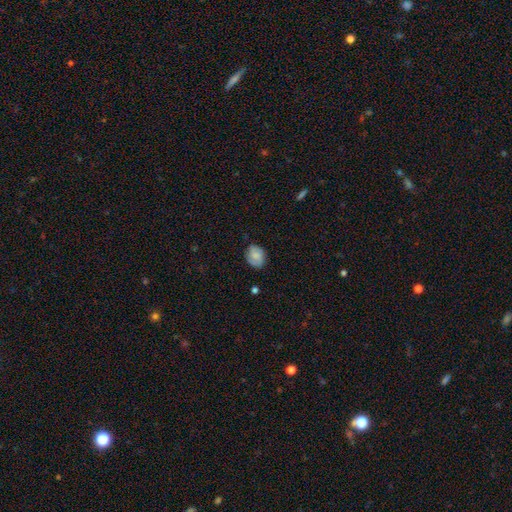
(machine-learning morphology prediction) This appears to be a smooth galaxy with no disk features (64%) that is in between round and cigar-shaped (62%). Merging: none (70%).